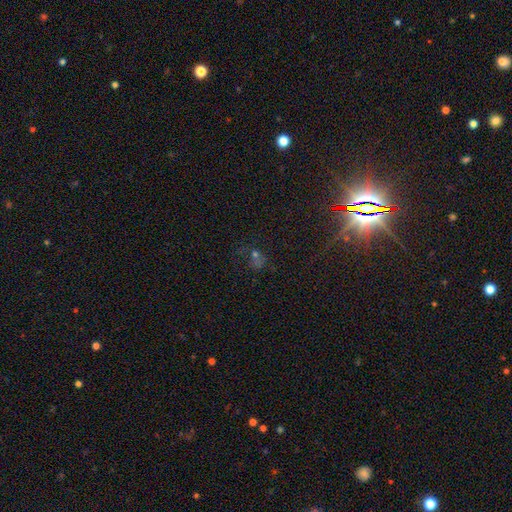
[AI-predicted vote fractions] Overall: star or artifact (58%; smooth 25%).